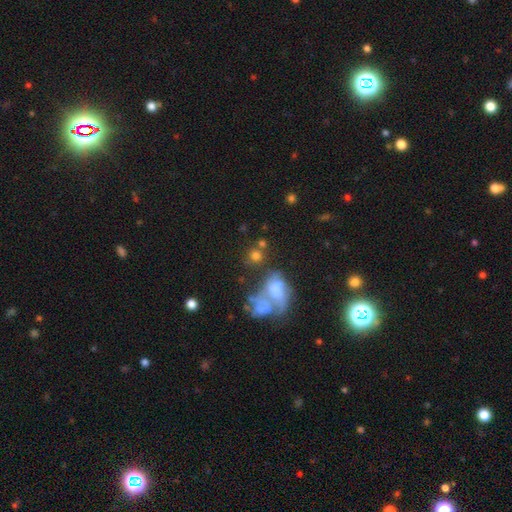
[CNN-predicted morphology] This appears to be a smooth galaxy with no disk features (64%) that is round (71%). Merging: none (45%).